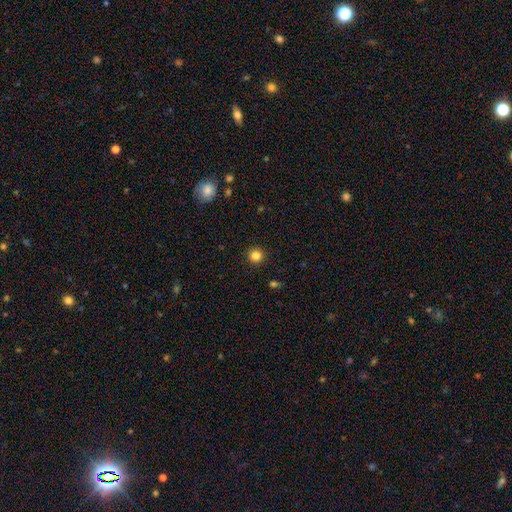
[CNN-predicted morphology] A smooth galaxy with no disk features (84%) that is round (95%). Merging: none (93%).